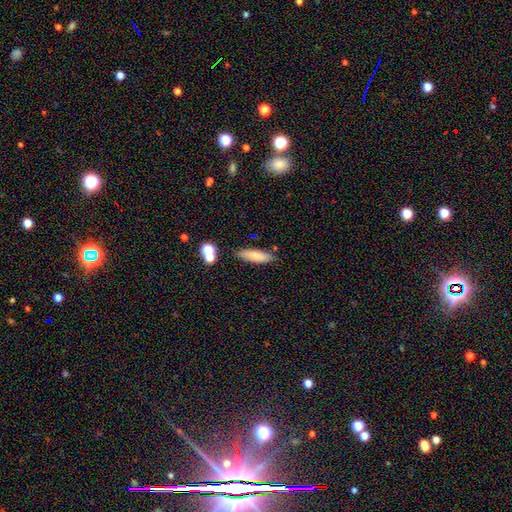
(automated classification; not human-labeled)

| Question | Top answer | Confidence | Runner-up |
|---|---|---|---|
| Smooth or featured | smooth | 80% | featured or disk (11%) |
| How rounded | cigar-shaped | 56% | in between (42%) |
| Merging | none | 79% | minor disturbance (13%) |